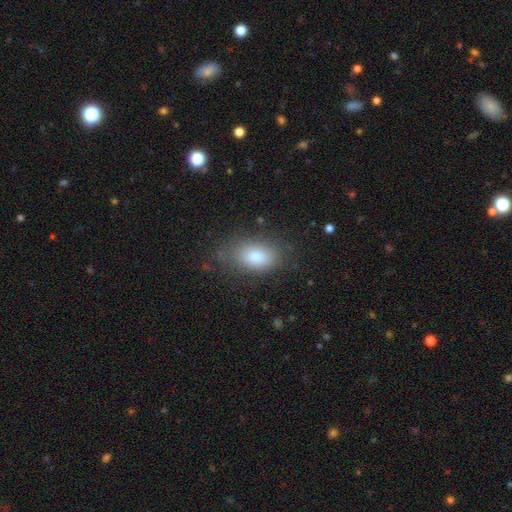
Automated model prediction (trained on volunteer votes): This is likely a smooth galaxy (77%). How rounded: clearly in between (86%). Merging: likely none (78%).